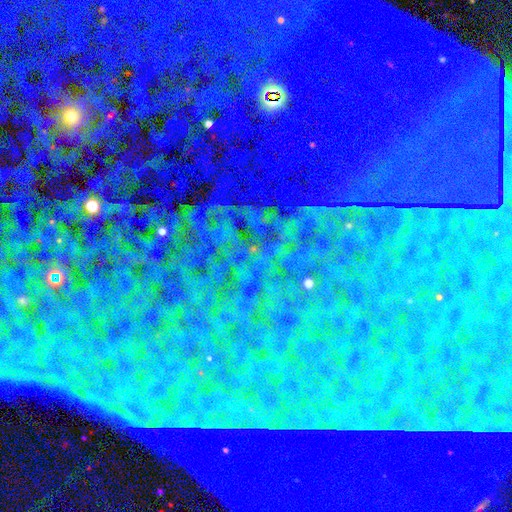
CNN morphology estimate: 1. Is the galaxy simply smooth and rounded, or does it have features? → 86% star or artifact, 7% smooth, 7% featured or disk.